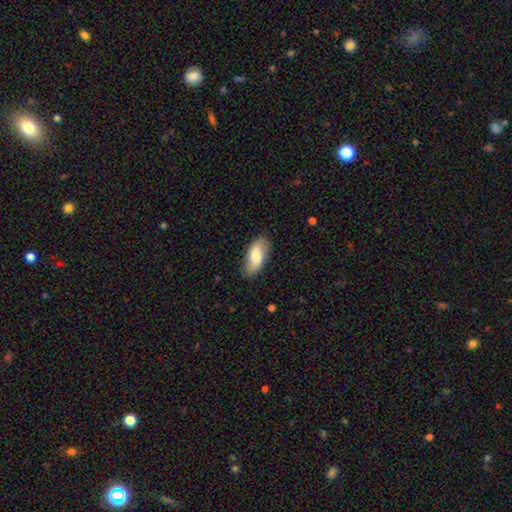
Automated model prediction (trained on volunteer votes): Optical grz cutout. It shows a smooth galaxy with no disk features (72%) that is in between round and cigar-shaped (87%). Merging: none (82%).